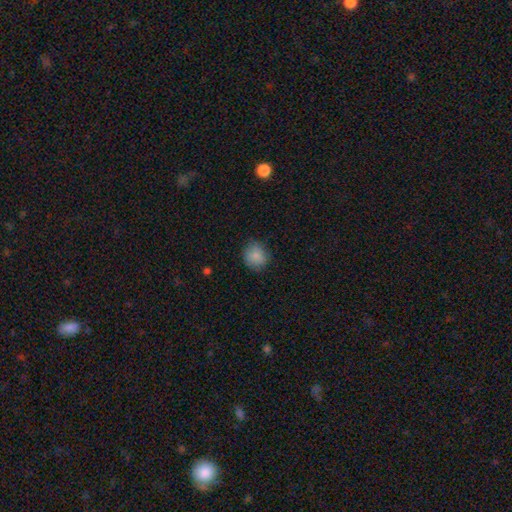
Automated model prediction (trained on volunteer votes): A smooth galaxy with no disk features (86%) that is round (79%). Merging: none (81%).